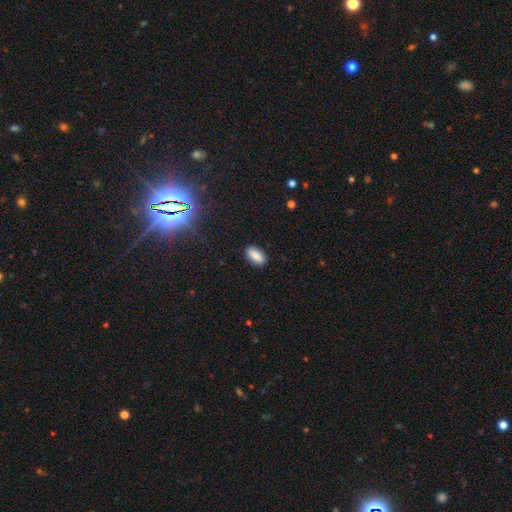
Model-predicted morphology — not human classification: This appears to be a smooth galaxy with no disk features (85%) that is in between round and cigar-shaped (90%). Merging: none (87%).